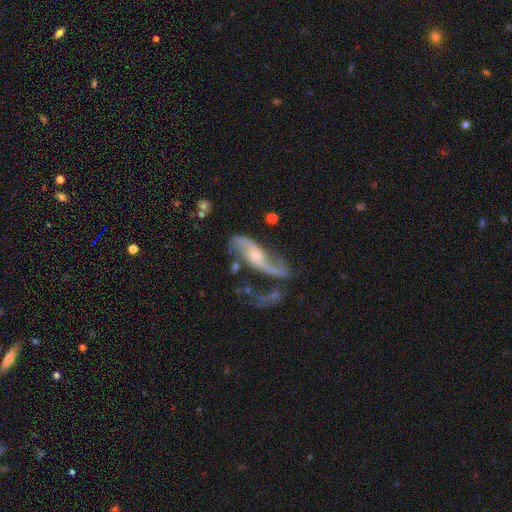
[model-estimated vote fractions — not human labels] featured or disk 83%, smooth 10%, star or artifact 7%. Down the decision tree: edge-on disk — no (86%); bar — no (52%); spiral arms — yes (93%); spiral arm count — 2 (89%); spiral winding — loose (71%); bulge size — moderate (46%); merging — none (49%).